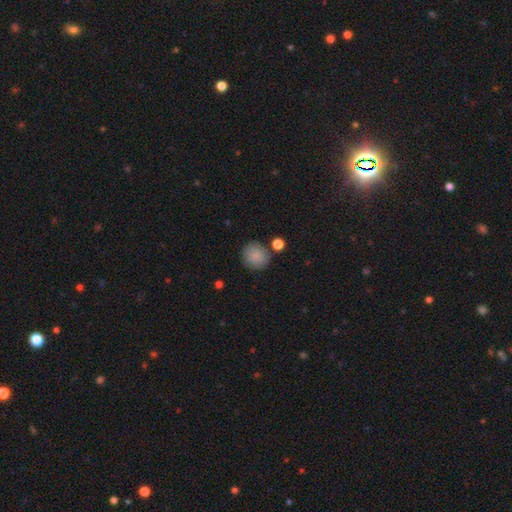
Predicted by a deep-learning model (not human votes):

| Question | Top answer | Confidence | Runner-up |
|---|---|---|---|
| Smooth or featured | smooth | 86% | star or artifact (8%) |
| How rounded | round | 90% | in between (9%) |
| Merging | none | 79% | minor disturbance (11%) |